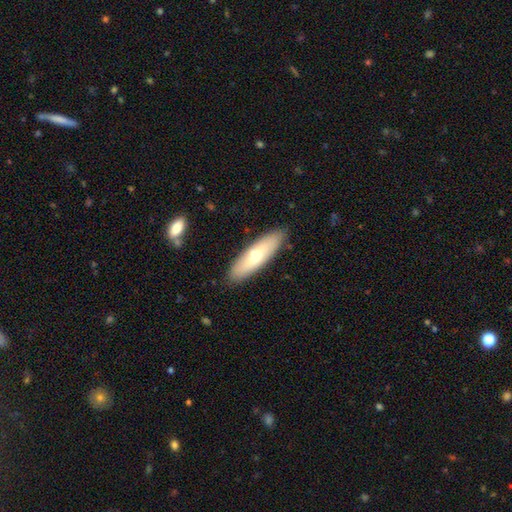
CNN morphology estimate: smooth 60%, featured or disk 34%, star or artifact 6%. Down the decision tree: how rounded — cigar-shaped (57%); merging — none (88%).